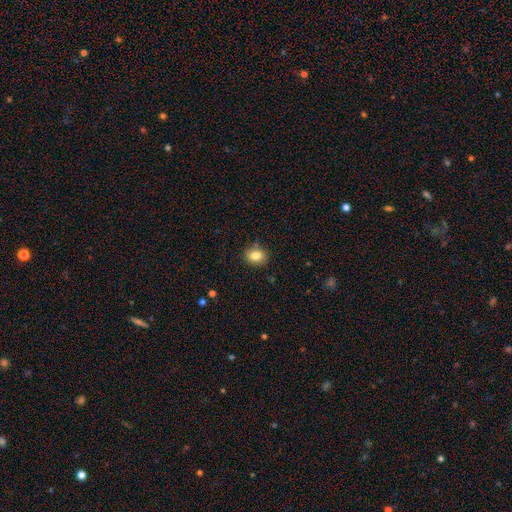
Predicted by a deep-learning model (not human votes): A smooth galaxy with no disk features (82%) that is round (58%). Merging: none (84%).